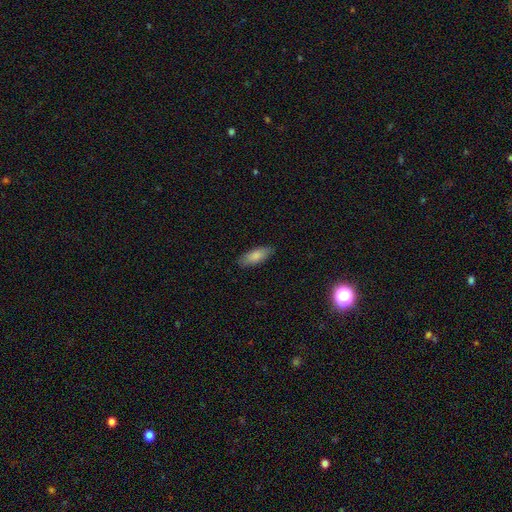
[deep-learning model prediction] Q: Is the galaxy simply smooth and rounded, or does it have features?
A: smooth — 82%.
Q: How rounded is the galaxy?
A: in between — 72%.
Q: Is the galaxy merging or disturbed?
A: none — 86%.